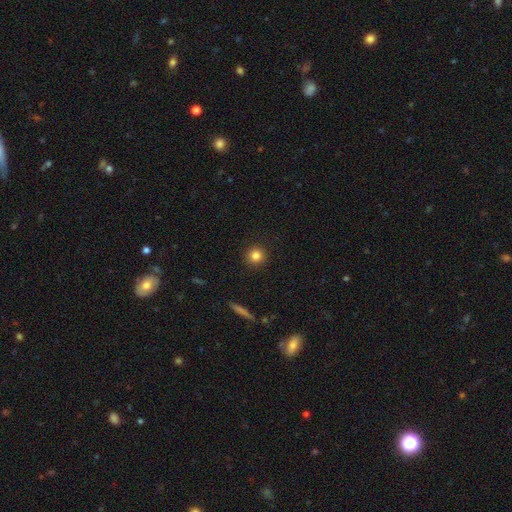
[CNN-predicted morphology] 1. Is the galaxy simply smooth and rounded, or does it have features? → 82% smooth, 11% star or artifact, 7% featured or disk.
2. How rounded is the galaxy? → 94% round, 5% in between, 1% cigar-shaped.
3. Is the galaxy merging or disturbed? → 92% none, 5% minor disturbance, 2% major disturbance, 1% merger.